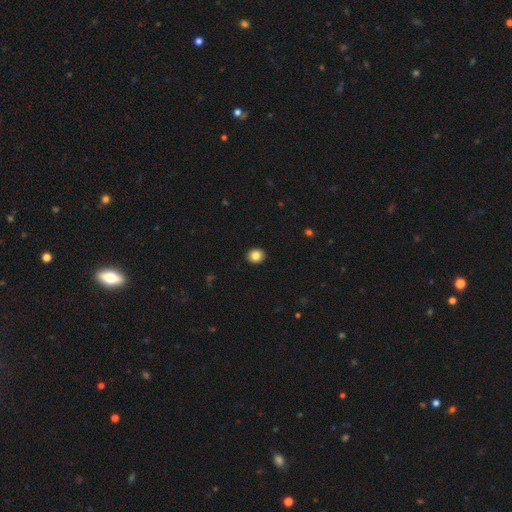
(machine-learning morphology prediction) The model was most divided on "how rounded": round: 72%, in between: 27%, cigar-shaped: 1%. More confident: merging — none (92%); smooth or featured — smooth (86%).